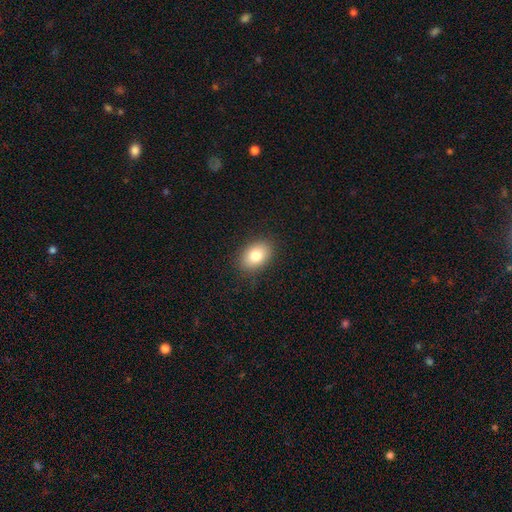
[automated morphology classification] Smooth or featured? smooth (81%)
How rounded? in between (79%)
Merging? none (87%)